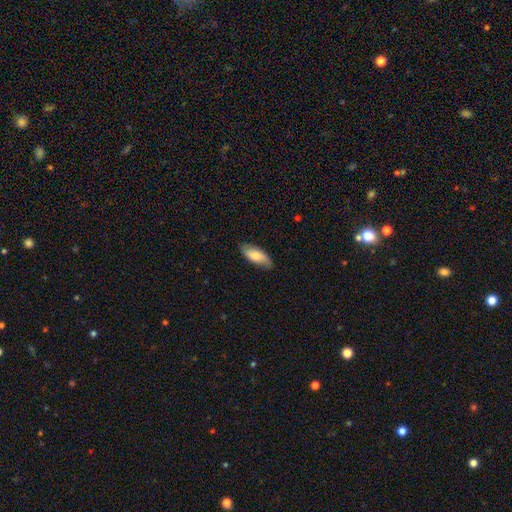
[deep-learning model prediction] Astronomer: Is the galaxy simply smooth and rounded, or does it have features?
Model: smooth — 71%.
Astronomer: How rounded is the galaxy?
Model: in between — 76%.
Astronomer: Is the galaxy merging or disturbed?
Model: none — 79%.